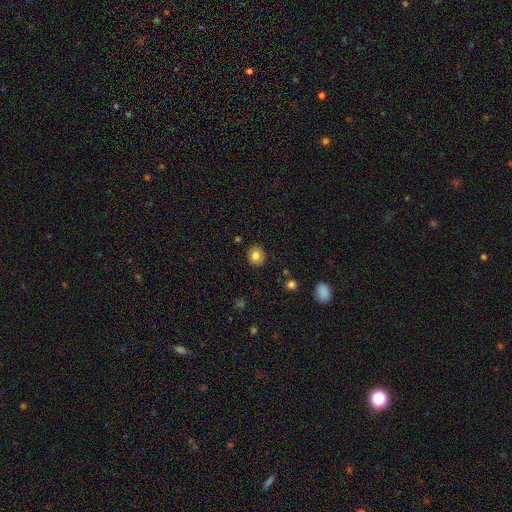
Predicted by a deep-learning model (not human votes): smooth 79%, featured or disk 11%, star or artifact 10%. Down the decision tree: how rounded — round (86%); merging — none (90%).